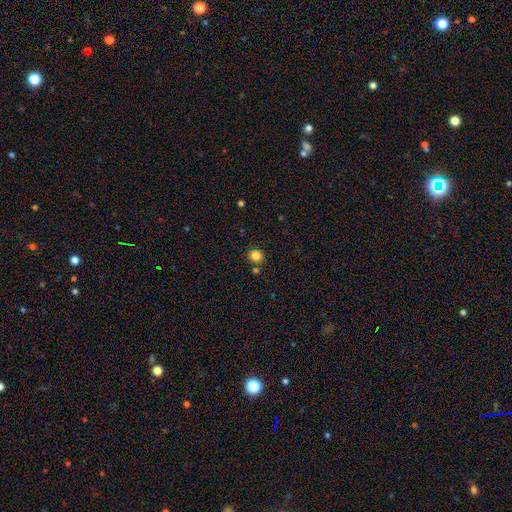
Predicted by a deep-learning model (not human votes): Smooth or featured: smooth — 83% (star or artifact — 12%)
How rounded: round — 87% (in between — 12%)
Merging: none — 82% (minor disturbance — 8%)